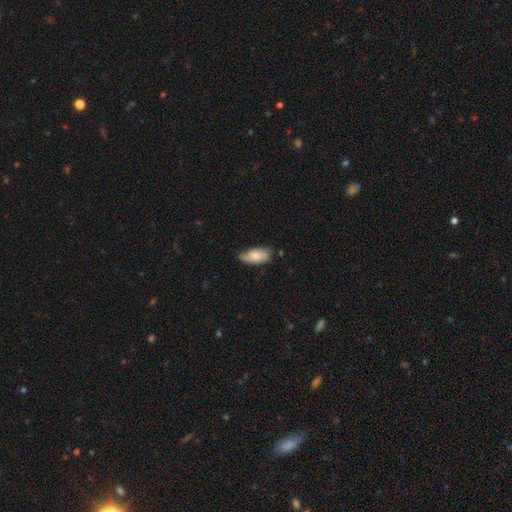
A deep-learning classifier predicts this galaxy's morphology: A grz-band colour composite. It shows a smooth galaxy with no disk features (71%) that is in between round and cigar-shaped (88%). Merging: none (61%).